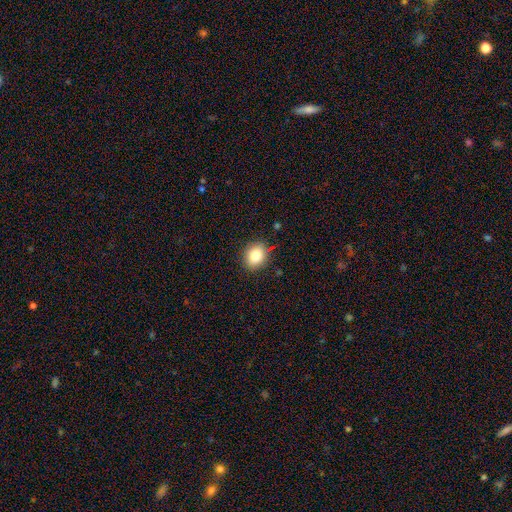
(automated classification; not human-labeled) Smooth or featured? smooth (81%)
How rounded? round (55%)
Merging? none (85%)